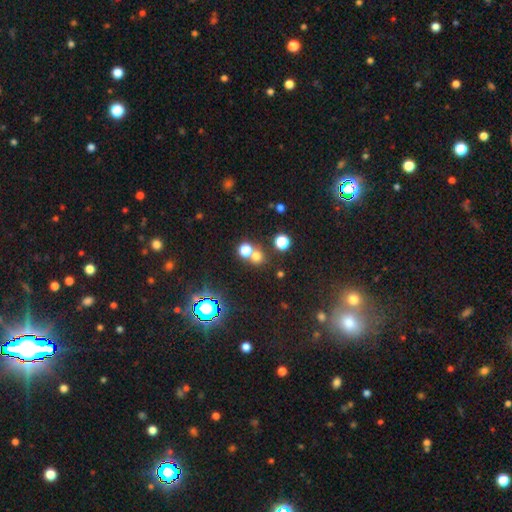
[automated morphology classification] smooth 61%, star or artifact 30%, featured or disk 9%. Down the decision tree: how rounded — round (84%); merging — none (55%).